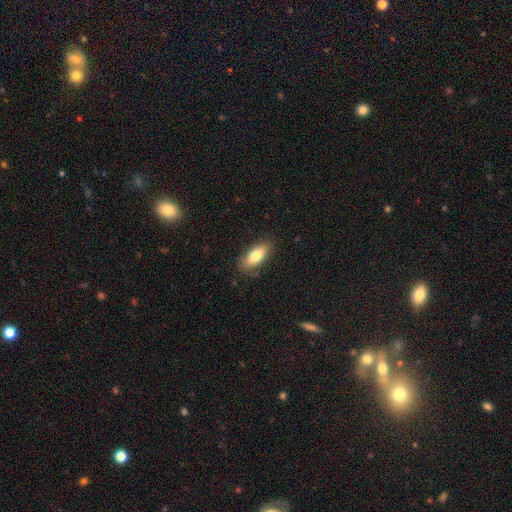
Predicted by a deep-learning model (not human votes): This is likely a smooth galaxy (77%). How rounded: likely in between (77%). Merging: clearly none (83%).